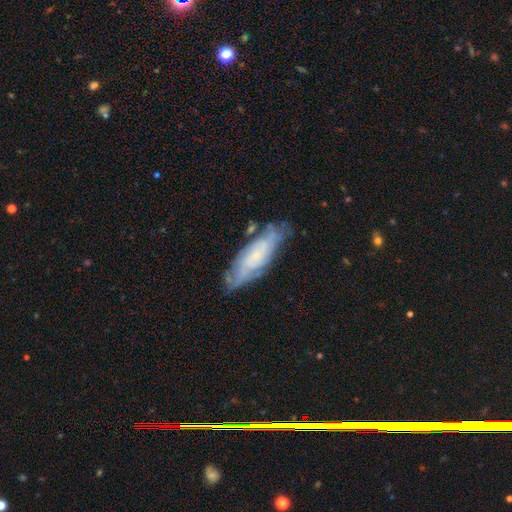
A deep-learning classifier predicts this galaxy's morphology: Smooth or featured? featured or disk (59%)
Edge-on disk? no (75%)
Merging? none (71%)